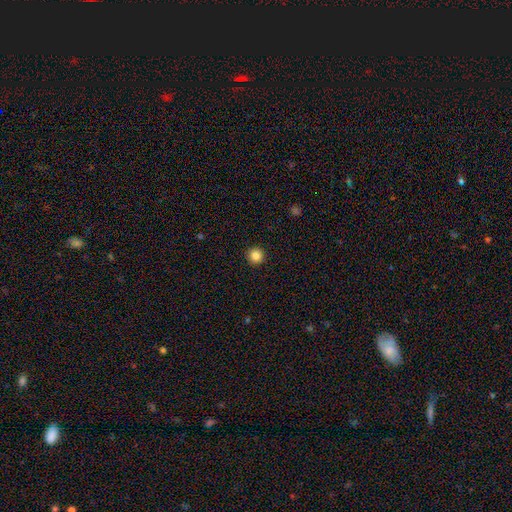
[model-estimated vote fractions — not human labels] smooth 85%, star or artifact 11%, featured or disk 4%. Down the decision tree: how rounded — round (96%); merging — none (94%).